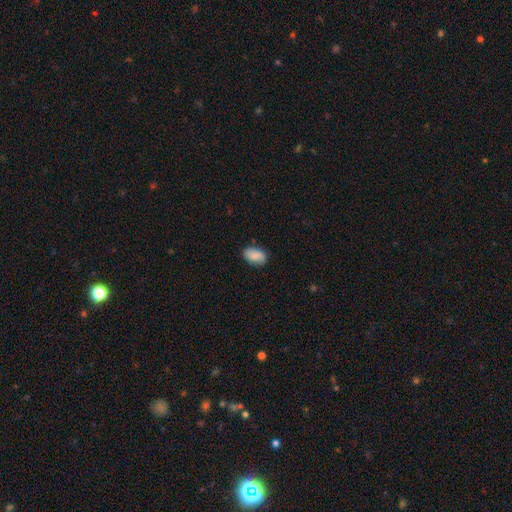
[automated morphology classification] The model was most divided on "merging": none: 80%, minor disturbance: 15%, major disturbance: 3%, merger: 1%. More confident: how rounded — in between (90%); smooth or featured — smooth (83%).